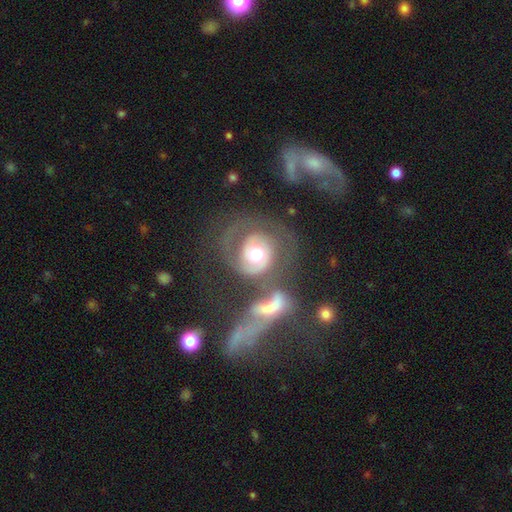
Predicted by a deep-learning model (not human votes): This is likely a featured or disk galaxy (74%). It is clearly not viewed edge-on (96%). Bar: likely no (70%). Spiral arm pattern: likely yes (78%). Spiral arm count: possibly 2 (50%). Spiral winding: possibly tight (52%). Central bulge: likely moderate (71%). Merging: marginally merger (34%).